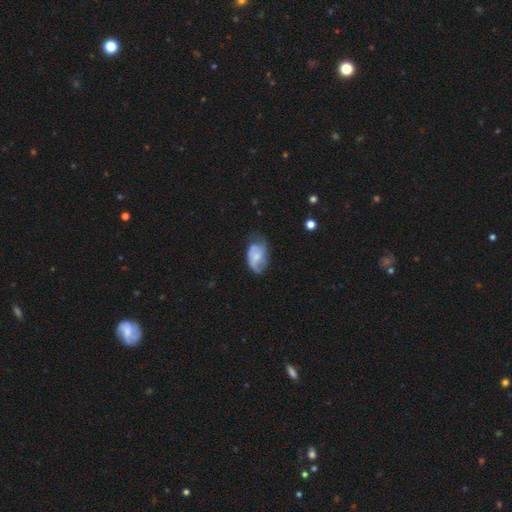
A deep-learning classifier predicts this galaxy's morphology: This is possibly a featured or disk galaxy (48%). Merging: marginally none (38%).